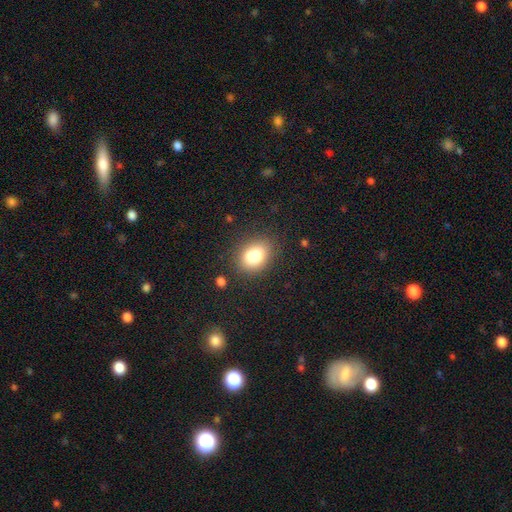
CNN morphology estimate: Overall: smooth (79%). How rounded: in between (65%; round 34%). Merging: none (74%).